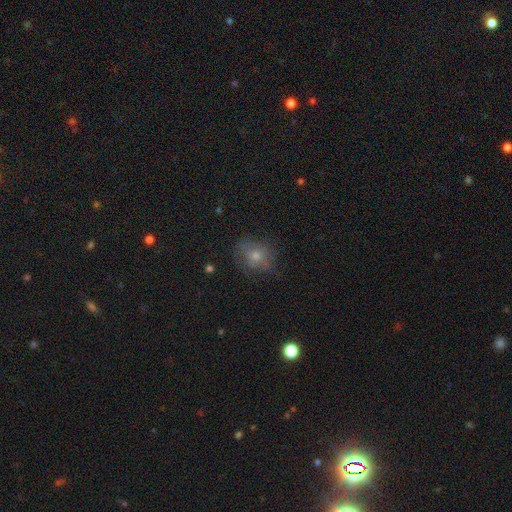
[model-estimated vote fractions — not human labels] This appears to be a smooth galaxy with no disk features (56%) that is round (67%). Merging: none (71%).